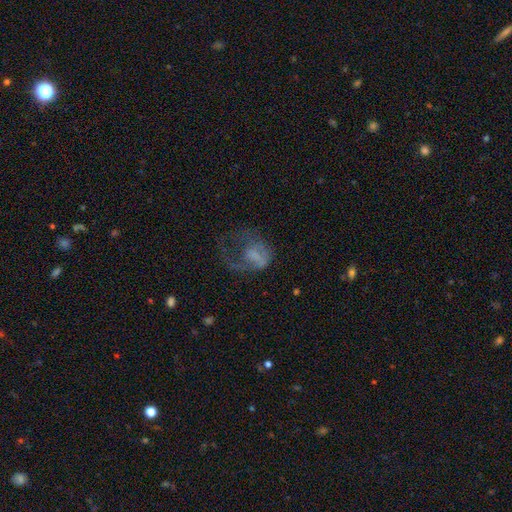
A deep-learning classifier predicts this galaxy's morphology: featured or disk 46%, smooth 41%, star or artifact 13%. Down the decision tree: merging — major disturbance (62%).